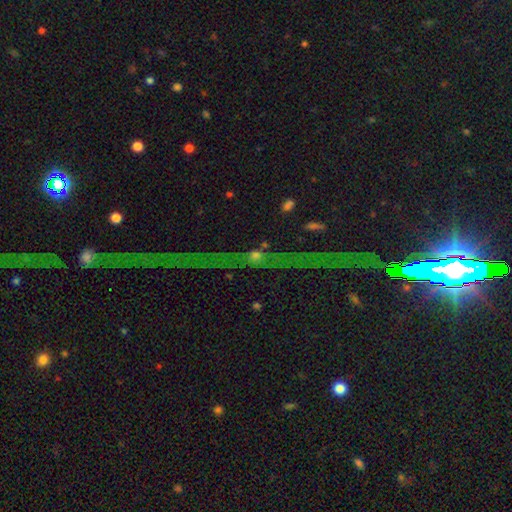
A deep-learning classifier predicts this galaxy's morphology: Smooth or featured: featured or disk — 39% (star or artifact — 30%)
Merging: none — 65% (minor disturbance — 14%)